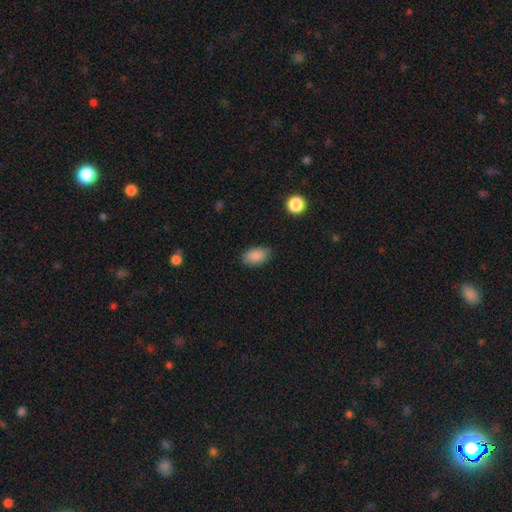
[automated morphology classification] Smooth or featured? smooth (87%)
How rounded? in between (90%)
Merging? none (81%)